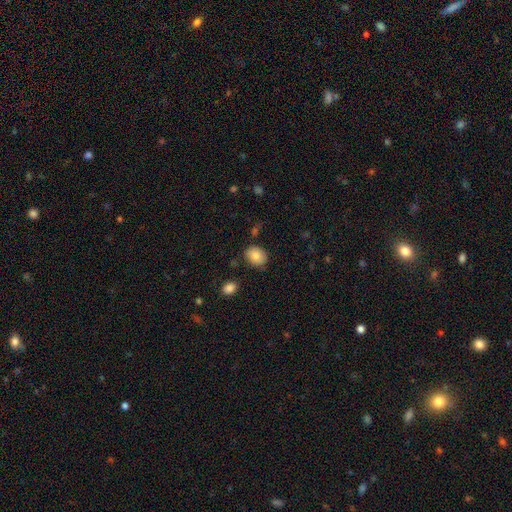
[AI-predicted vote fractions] Smooth or featured? smooth (84%)
How rounded? in between (52%)
Merging? none (78%)